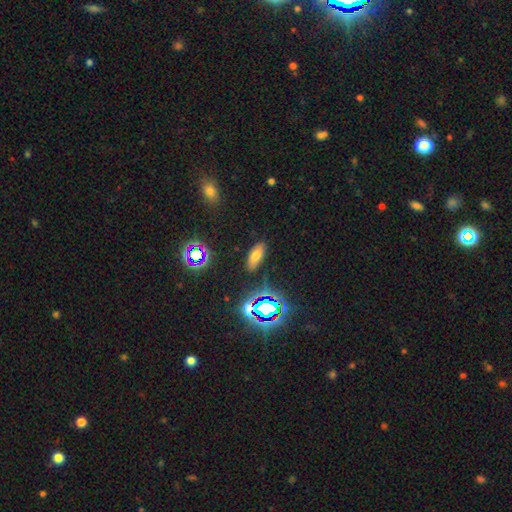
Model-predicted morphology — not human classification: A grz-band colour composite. It shows a smooth galaxy with no disk features (62%) that is in between round and cigar-shaped (82%). Merging: none (85%).